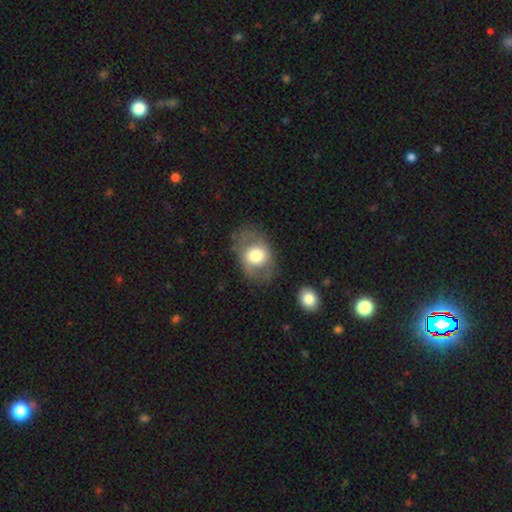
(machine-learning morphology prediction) A smooth galaxy with no disk features (57%) that is in between round and cigar-shaped (67%). Merging: none (66%).